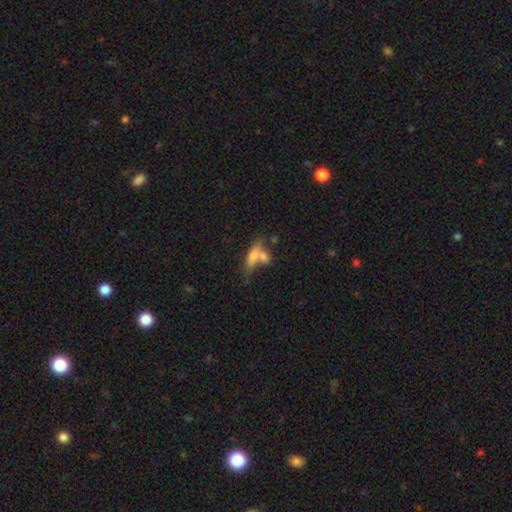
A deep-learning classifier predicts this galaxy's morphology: Q: Smooth or featured?
A: smooth (63%); runner-up: featured or disk (26%)
Q: How rounded?
A: in between (60%); runner-up: cigar-shaped (34%)
Q: Merging?
A: merger (51%); runner-up: none (28%)